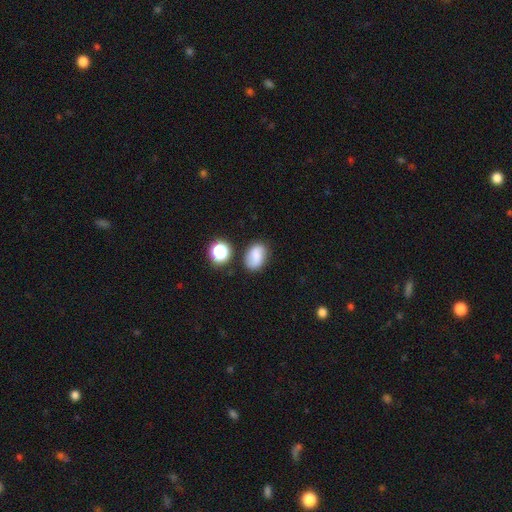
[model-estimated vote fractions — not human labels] Smooth or featured? smooth (76%)
How rounded? in between (78%)
Merging? none (69%)